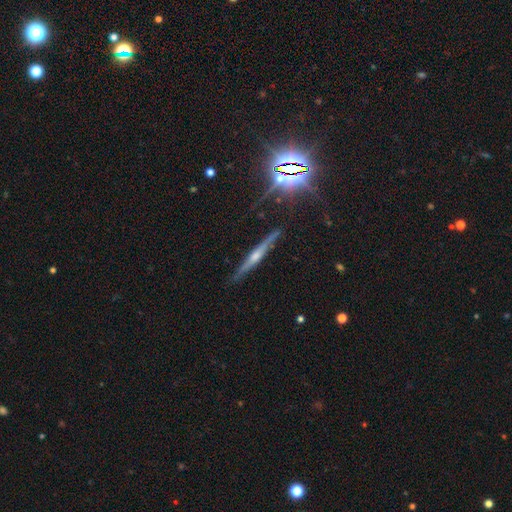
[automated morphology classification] smooth_or_featured: featured or disk (p=0.68) [alt: smooth p=0.18]
disk_edge_on: yes (p=0.97) [alt: no p=0.03]
edge_on_bulge: rounded (p=0.73) [alt: none p=0.15]
merging: none (p=0.85) [alt: minor disturbance p=0.11]